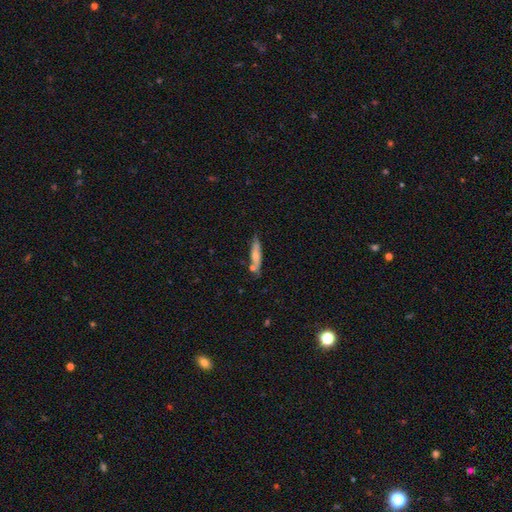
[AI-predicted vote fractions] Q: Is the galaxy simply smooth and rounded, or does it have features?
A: smooth — 62%.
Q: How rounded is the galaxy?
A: cigar-shaped — 84%.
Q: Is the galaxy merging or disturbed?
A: none — 69%.